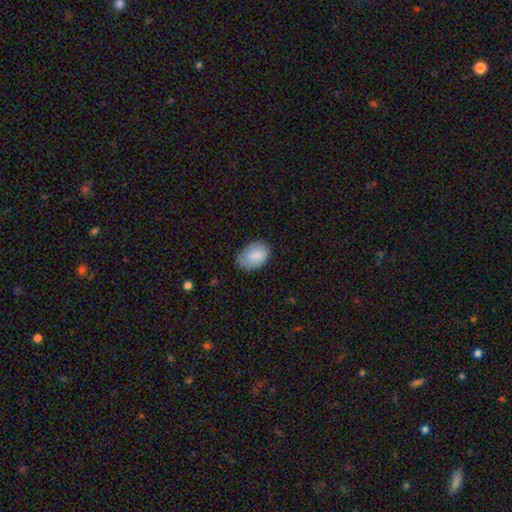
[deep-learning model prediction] Morphology: type=smooth (84%); roundness=in between (84%); merging=none (65%).